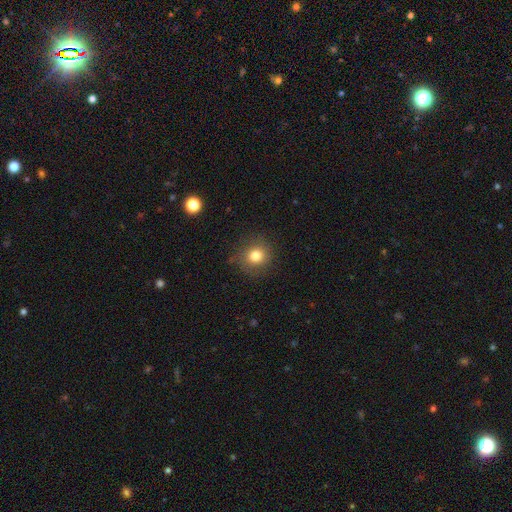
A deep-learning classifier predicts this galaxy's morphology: This appears to be a smooth galaxy with no disk features (81%) that is round (87%). Merging: none (86%).